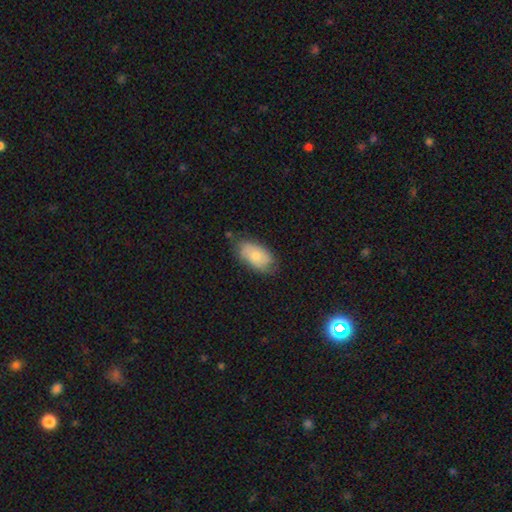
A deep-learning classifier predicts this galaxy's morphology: Overall: smooth (58%; featured or disk 35%). How rounded: in between (92%). Merging: none (65%; minor disturbance 26%).